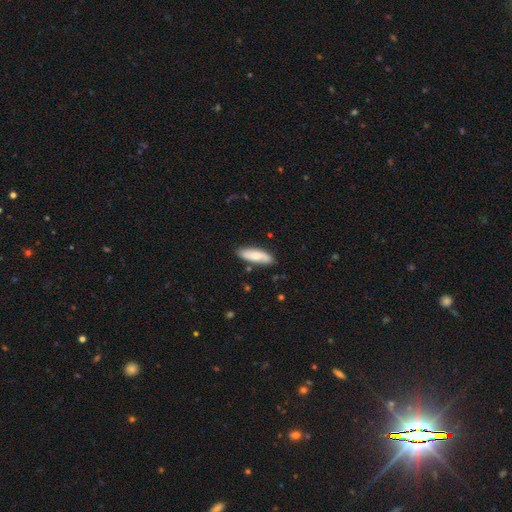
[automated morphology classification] A smooth galaxy with no disk features (65%) that is in between round and cigar-shaped (57%).

Vote fractions:
- Smooth or featured? smooth: 65% / featured or disk: 29% / star or artifact: 6%
- How rounded? in between: 57% / cigar-shaped: 41% / round: 2%
- Merging? none: 82% / minor disturbance: 14% / major disturbance: 2% / merger: 2%